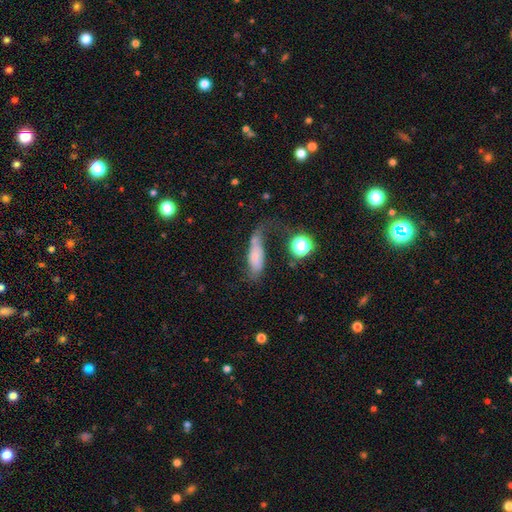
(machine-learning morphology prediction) smooth 60%, featured or disk 29%, star or artifact 11%. Down the decision tree: how rounded — in between (67%); merging — major disturbance (35%).